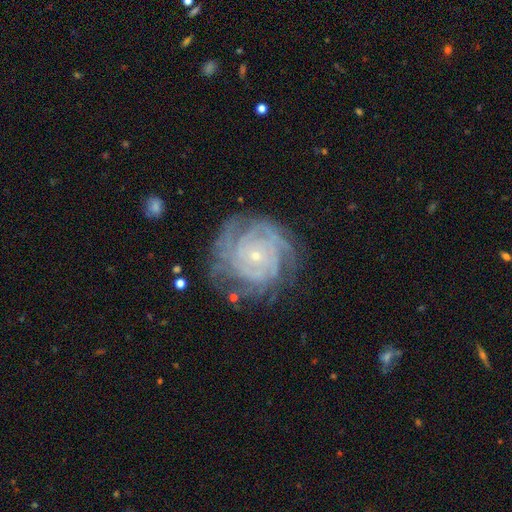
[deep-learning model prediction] smooth_or_featured: featured or disk (p=0.86) [alt: smooth p=0.07]
disk_edge_on: no (p=0.97) [alt: yes p=0.03]
bar: no (p=0.80) [alt: weak p=0.16]
has_spiral_arms: yes (p=0.96) [alt: no p=0.04]
spiral_winding: tight (p=0.81) [alt: medium p=0.16]
spiral_arm_count: can't tell (p=0.28) [alt: 4 p=0.25]
bulge_size: small (p=0.86) [alt: moderate p=0.11]
merging: none (p=0.73) [alt: minor disturbance p=0.17]